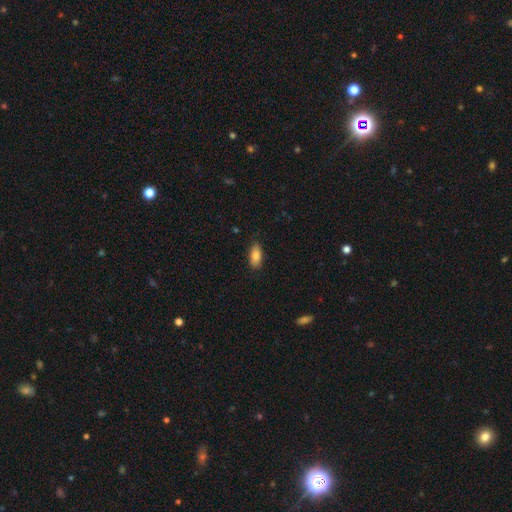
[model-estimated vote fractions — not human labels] Smooth or featured?
  - smooth: 81% *
  - featured or disk: 12%
  - star or artifact: 7%
How rounded?
  - in between: 85% *
  - cigar-shaped: 12%
  - round: 3%
Merging?
  - none: 83% *
  - minor disturbance: 14%
  - major disturbance: 2%
  - merger: 1%